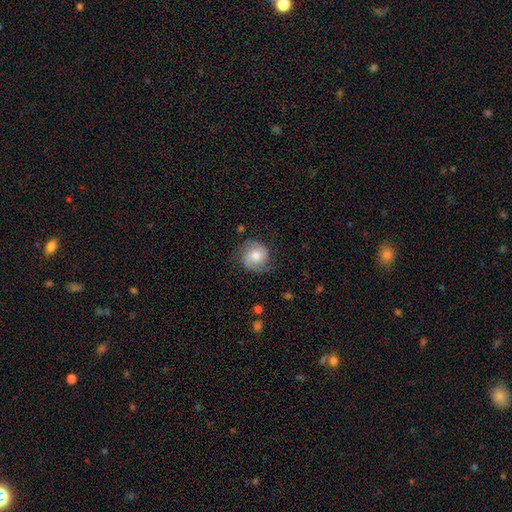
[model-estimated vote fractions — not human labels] Q: Smooth or featured?
A: featured or disk (57%); runner-up: smooth (35%)
Q: Edge-on disk?
A: no (97%); runner-up: yes (3%)
Q: Bar?
A: no (64%); runner-up: weak (30%)
Q: Spiral arms?
A: yes (90%); runner-up: no (10%)
Q: Bulge size?
A: moderate (70%); runner-up: small (18%)
Q: Merging?
A: none (76%); runner-up: minor disturbance (17%)